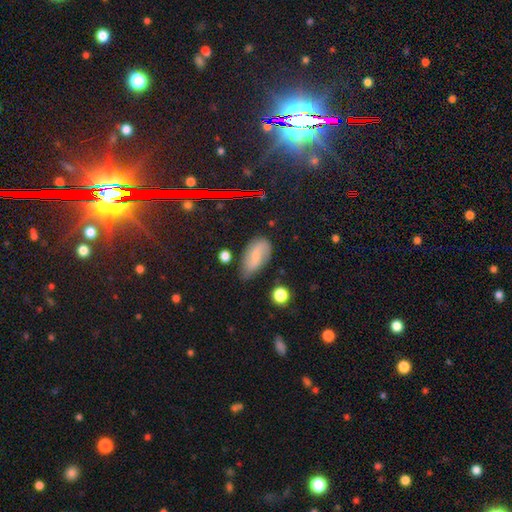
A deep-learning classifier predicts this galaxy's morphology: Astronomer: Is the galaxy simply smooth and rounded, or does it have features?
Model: smooth — 56% (runner-up: featured or disk, 32%).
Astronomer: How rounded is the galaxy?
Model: in between — 87%.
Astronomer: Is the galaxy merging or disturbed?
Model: none — 59%.